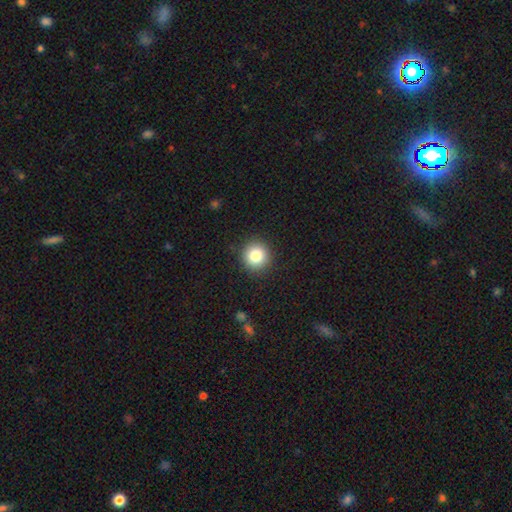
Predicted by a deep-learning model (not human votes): Overall: smooth (83%). How rounded: round (94%). Merging: none (91%).